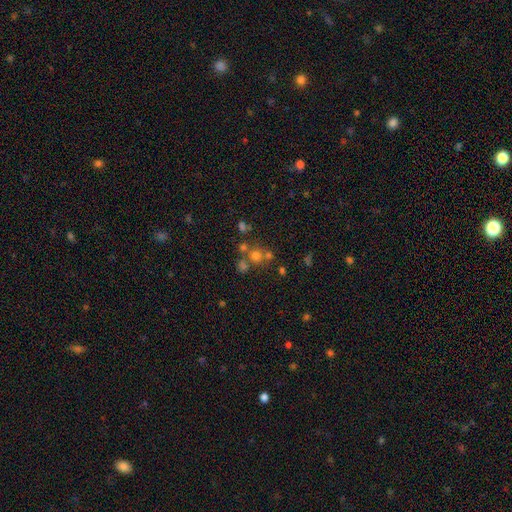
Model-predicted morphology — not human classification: Smooth or featured?
  - smooth: 61% *
  - star or artifact: 25%
  - featured or disk: 14%
How rounded?
  - round: 88% *
  - in between: 11%
  - cigar-shaped: 1%
Merging?
  - none: 58% *
  - merger: 30%
  - minor disturbance: 8%
  - major disturbance: 4%